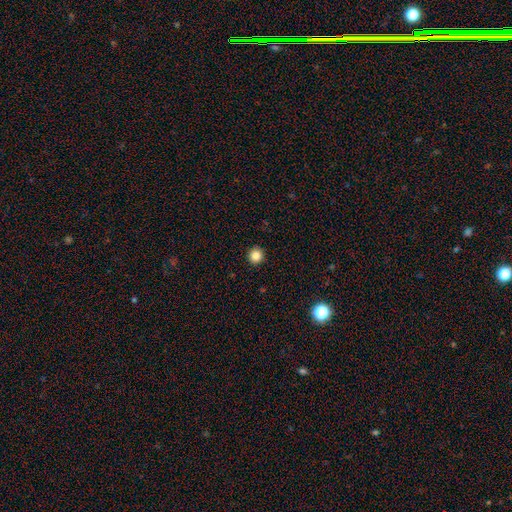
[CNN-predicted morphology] Overall: smooth (84%). How rounded: round (94%). Merging: none (93%).